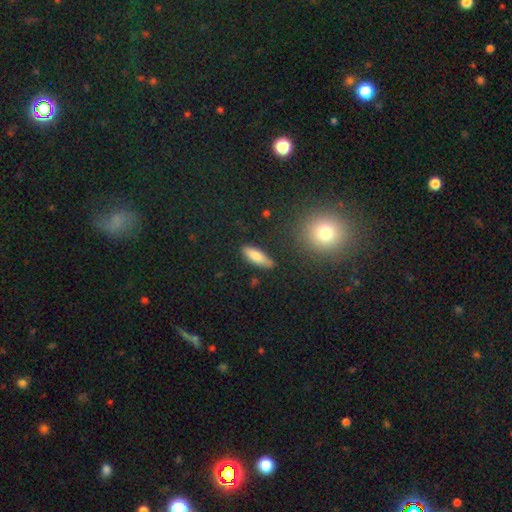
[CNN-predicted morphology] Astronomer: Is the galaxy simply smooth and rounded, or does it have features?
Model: smooth — 81%.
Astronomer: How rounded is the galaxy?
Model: in between — 55% (runner-up: cigar-shaped, 43%).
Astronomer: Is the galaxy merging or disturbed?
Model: none — 82%.